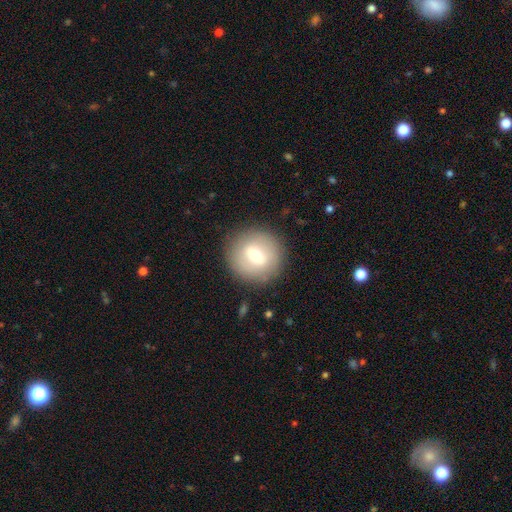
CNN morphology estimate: Smooth or featured: smooth — 63% (featured or disk — 29%)
How rounded: round — 92% (in between — 7%)
Merging: none — 88% (minor disturbance — 7%)